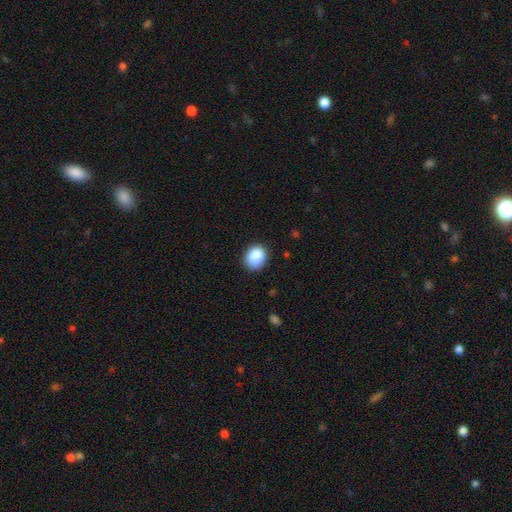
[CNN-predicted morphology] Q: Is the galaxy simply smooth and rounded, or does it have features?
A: smooth — 88%.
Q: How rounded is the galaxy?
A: round — 54%.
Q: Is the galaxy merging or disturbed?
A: none — 82%.